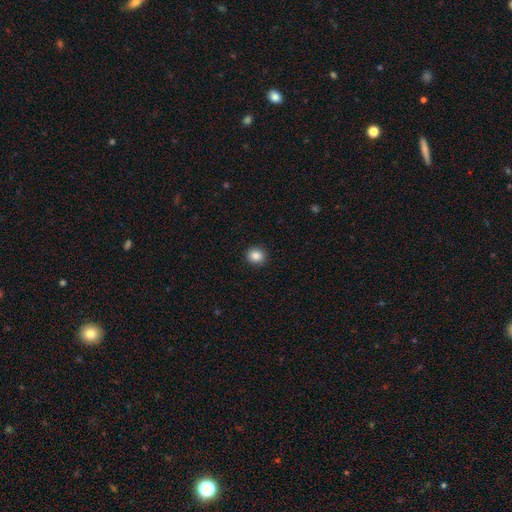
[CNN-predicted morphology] Q: Smooth or featured?
A: smooth (86%); runner-up: star or artifact (10%)
Q: How rounded?
A: round (85%); runner-up: in between (15%)
Q: Merging?
A: none (91%); runner-up: minor disturbance (6%)